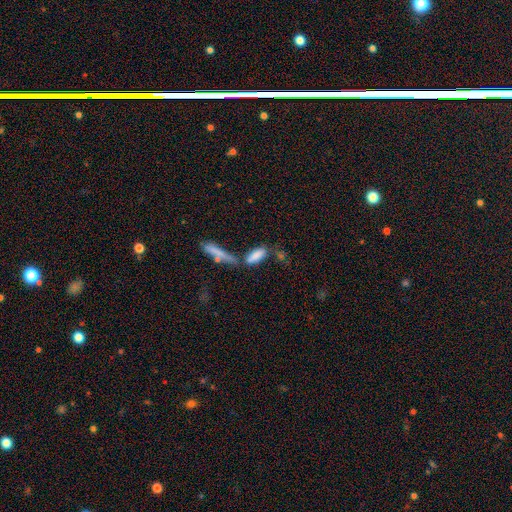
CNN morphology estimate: Smooth or featured?
  - smooth: 81% *
  - featured or disk: 11%
  - star or artifact: 8%
How rounded?
  - in between: 55% *
  - cigar-shaped: 42%
  - round: 2%
Merging?
  - none: 50% *
  - merger: 26%
  - minor disturbance: 16%
  - major disturbance: 7%